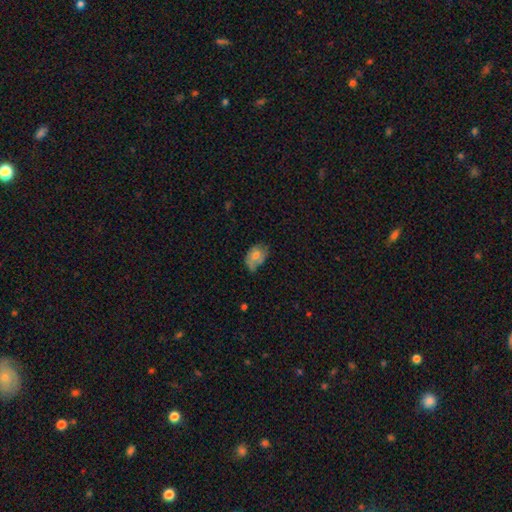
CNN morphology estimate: Smooth or featured? smooth (59%)
How rounded? in between (83%)
Merging? minor disturbance (38%)